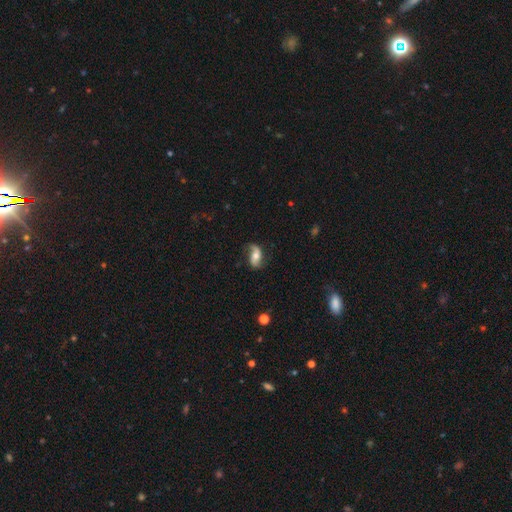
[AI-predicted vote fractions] smooth_or_featured: featured or disk (p=0.56) [alt: smooth p=0.36]
disk_edge_on: no (p=0.92) [alt: yes p=0.08]
bar: no (p=0.59) [alt: weak p=0.26]
has_spiral_arms: yes (p=0.86) [alt: no p=0.14]
bulge_size: moderate (p=0.64) [alt: small p=0.23]
merging: none (p=0.62) [alt: minor disturbance p=0.25]